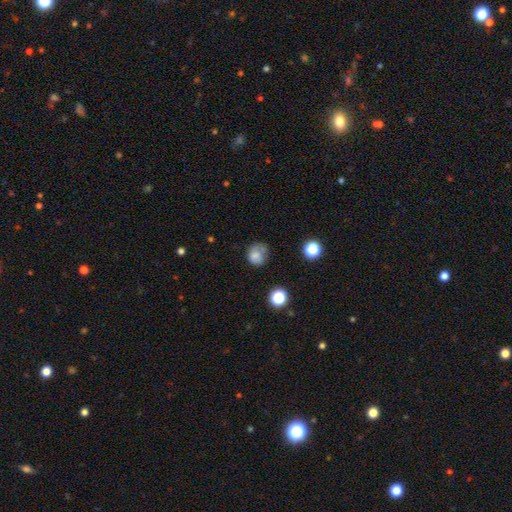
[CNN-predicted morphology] smooth 74%, featured or disk 15%, star or artifact 11%. Down the decision tree: how rounded — round (72%); merging — none (48%).